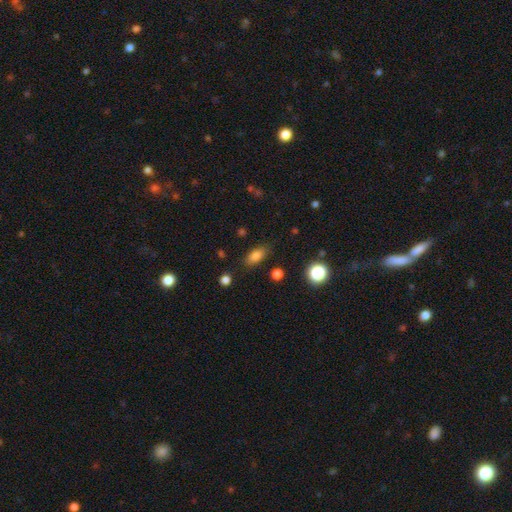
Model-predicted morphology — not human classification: Smooth or featured?
  - smooth: 80% *
  - star or artifact: 11%
  - featured or disk: 9%
How rounded?
  - in between: 83% *
  - cigar-shaped: 9%
  - round: 8%
Merging?
  - none: 84% *
  - minor disturbance: 11%
  - major disturbance: 3%
  - merger: 2%